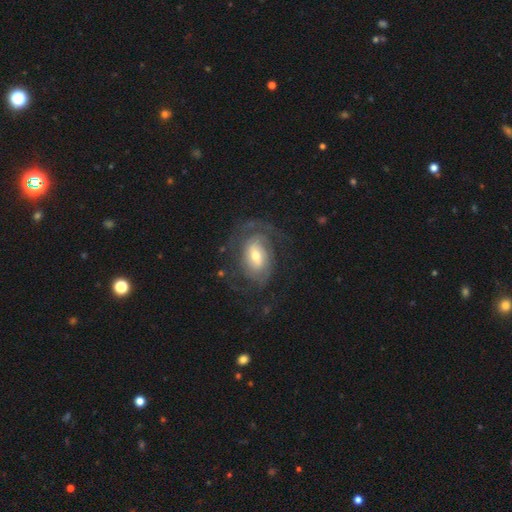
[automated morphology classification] type=featured or disk (80%); edge-on=no (96%); bar=weak (45%); spiral arms=yes (92%); winding=tight (47%); arm count=2 (44%); bulge=moderate (56%); merging=none (64%).